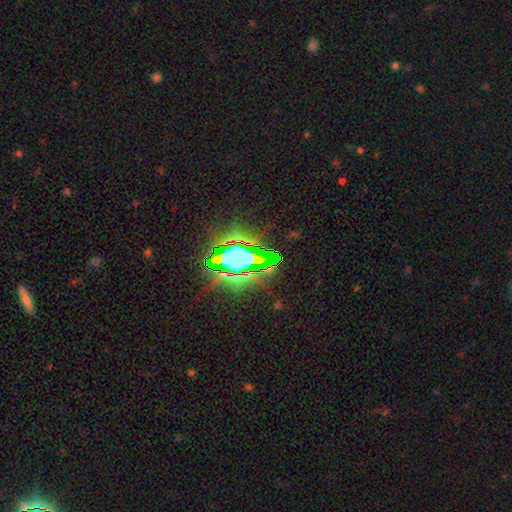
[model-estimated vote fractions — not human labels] This appears to be a star or artifact, not a galaxy (71%).